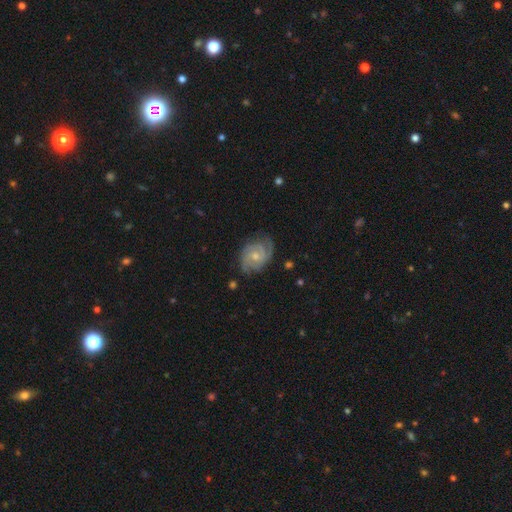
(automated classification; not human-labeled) Smooth or featured?
  - featured or disk: 85% *
  - smooth: 9%
  - star or artifact: 5%
Edge-on disk?
  - no: 97% *
  - yes: 3%
Bar?
  - no: 67% *
  - weak: 28%
  - strong: 5%
Spiral arms?
  - yes: 97% *
  - no: 3%
Spiral winding?
  - tight: 59% *
  - medium: 34%
  - loose: 7%
Spiral arm count?
  - 2: 51% *
  - 3: 23%
  - can't tell: 13%
  - 4: 5%
  - 1: 4%
  - more than 4: 4%
Bulge size?
  - moderate: 54% *
  - small: 41%
  - large: 2%
  - none: 2%
  - dominant: 1%
Merging?
  - none: 74% *
  - minor disturbance: 19%
  - major disturbance: 6%
  - merger: 1%